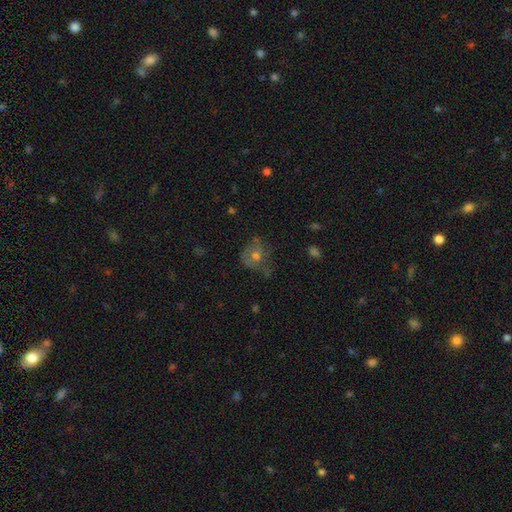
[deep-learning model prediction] Morphology: type=smooth (53%); roundness=round (69%); merging=none (50%).